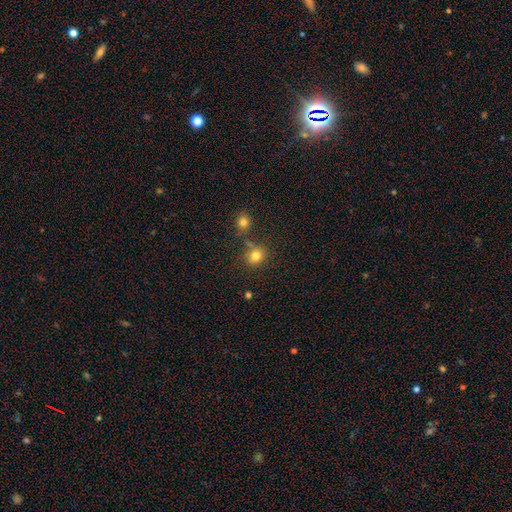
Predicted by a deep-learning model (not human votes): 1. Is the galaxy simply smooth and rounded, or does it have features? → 78% smooth, 14% star or artifact, 7% featured or disk.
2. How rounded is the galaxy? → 74% round, 25% in between, 1% cigar-shaped.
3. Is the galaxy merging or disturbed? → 68% none, 15% merger, 13% minor disturbance, 5% major disturbance.